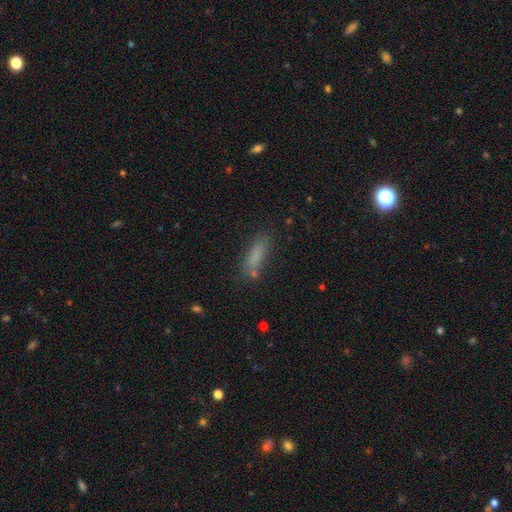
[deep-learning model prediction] Smooth or featured? smooth (79%)
How rounded? cigar-shaped (57%)
Merging? none (73%)